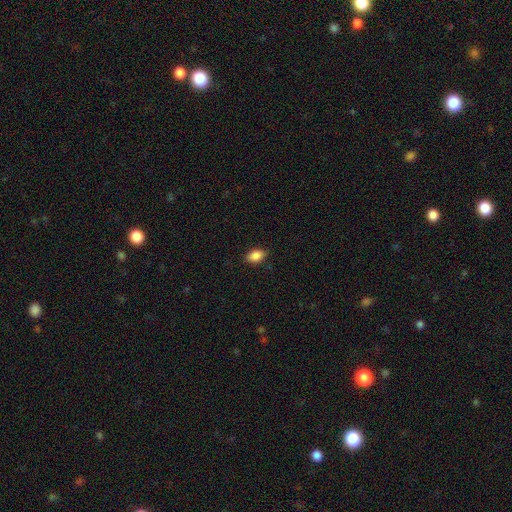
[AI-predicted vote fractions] This appears to be a smooth galaxy with no disk features (87%) that is in between round and cigar-shaped (88%). Merging: none (85%).